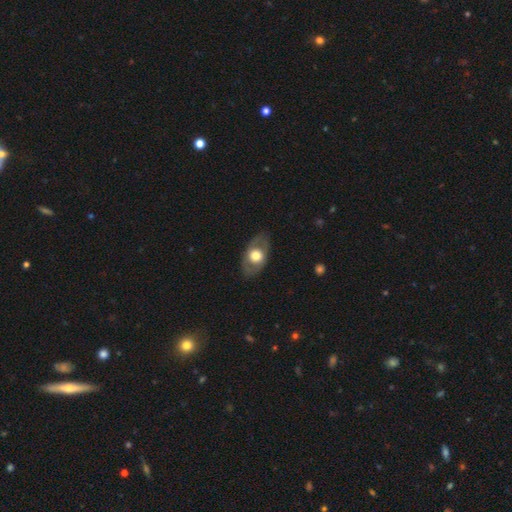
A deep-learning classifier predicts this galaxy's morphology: A smooth galaxy with no disk features (51%) that is in between round and cigar-shaped (79%). Merging: none (81%).